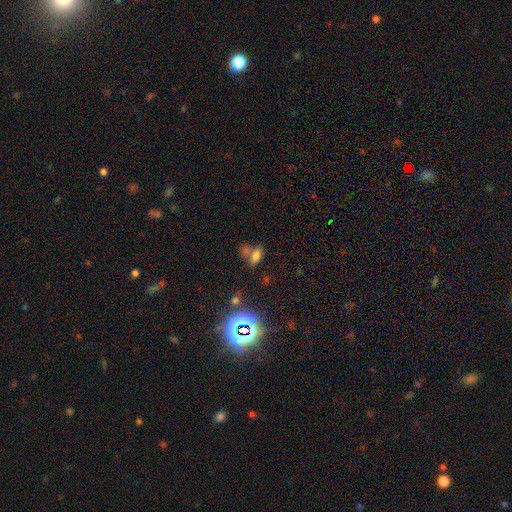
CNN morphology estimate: The model was most divided on "merging": none: 42%, merger: 38%, minor disturbance: 13%, major disturbance: 7%. More confident: how rounded — in between (85%); smooth or featured — smooth (67%).